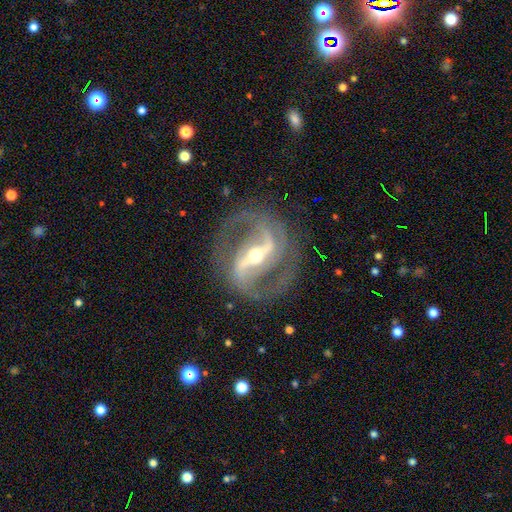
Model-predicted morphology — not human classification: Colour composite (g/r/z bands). It shows a featured or disk galaxy (91%) with a strong bar (74%), 2 (92%) medium (56%) spiral arms (95%) and a moderate central bulge (49%). Merging: none (80%).